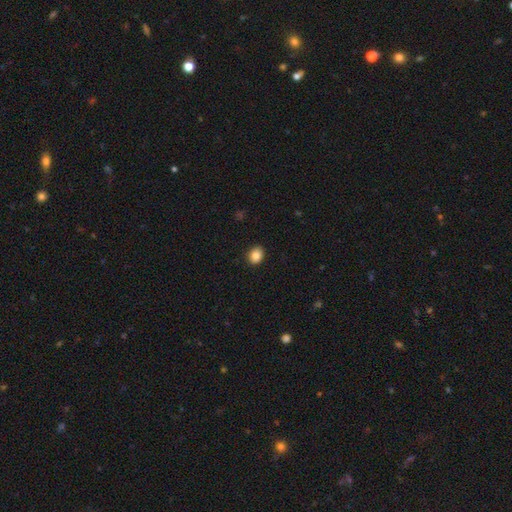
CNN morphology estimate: This is clearly a smooth galaxy (86%). How rounded: possibly in between (53%). Merging: clearly none (90%).